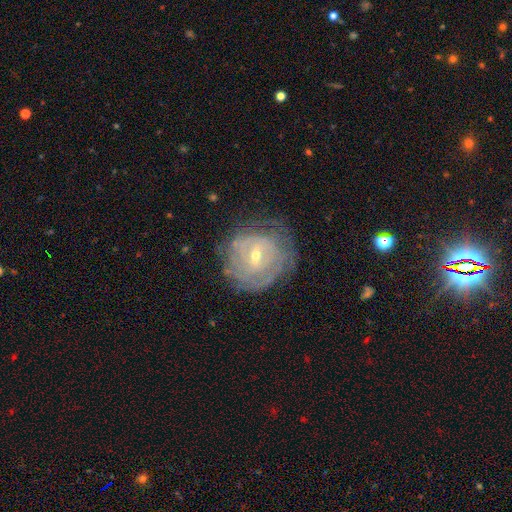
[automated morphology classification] Smooth or featured: featured or disk — 79% (smooth — 15%)
Edge-on disk: no — 96% (yes — 4%)
Bar: weak — 56% (no — 26%)
Spiral arms: yes — 84% (no — 16%)
Spiral winding: tight — 76% (medium — 18%)
Spiral arm count: can't tell — 58% (2 — 16%)
Bulge size: small — 57% (moderate — 40%)
Merging: none — 66% (minor disturbance — 21%)